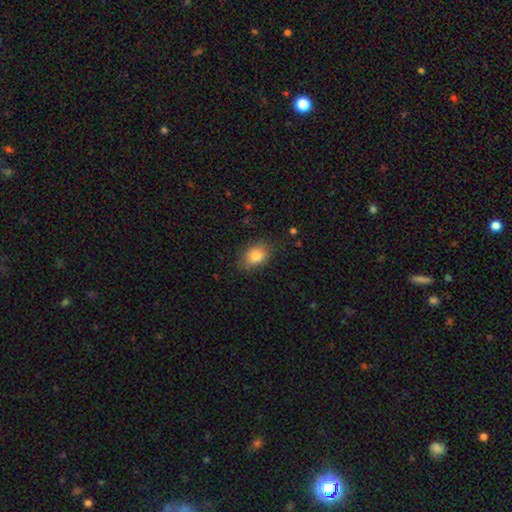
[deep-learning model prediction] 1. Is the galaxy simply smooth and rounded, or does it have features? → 84% smooth, 8% star or artifact, 7% featured or disk.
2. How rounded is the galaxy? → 76% in between, 23% round, 1% cigar-shaped.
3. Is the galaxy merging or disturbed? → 78% none, 16% minor disturbance, 4% major disturbance, 1% merger.